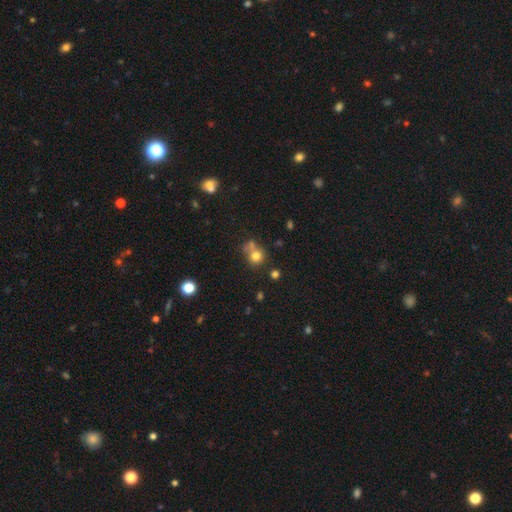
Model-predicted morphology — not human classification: Smooth or featured? smooth (75%)
How rounded? round (82%)
Merging? none (48%)